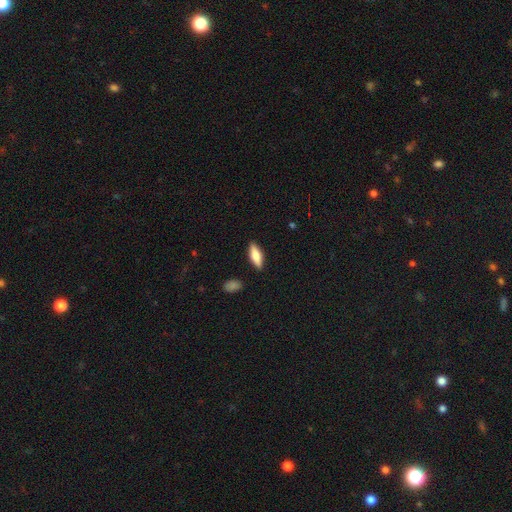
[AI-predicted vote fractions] This appears to be a smooth galaxy with no disk features (74%) that is in between round and cigar-shaped (57%). Merging: none (87%).